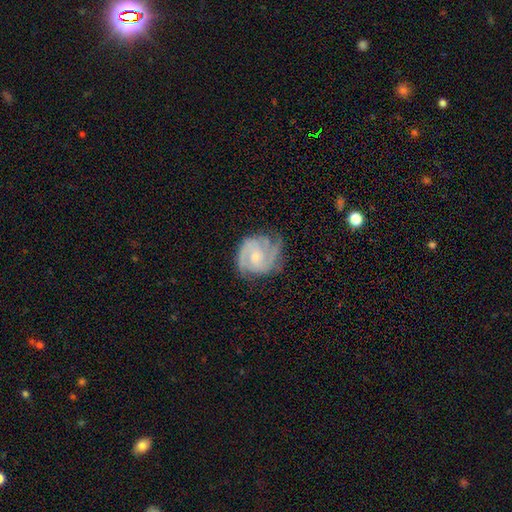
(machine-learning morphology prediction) The model was most divided on "spiral winding": tight: 47%, medium: 42%, loose: 10%. More confident: edge-on disk — no (98%); spiral arms — yes (96%); smooth or featured — featured or disk (84%); merging — none (63%); bar — no (59%); spiral arm count — 2 (58%); bulge size — small (53%).